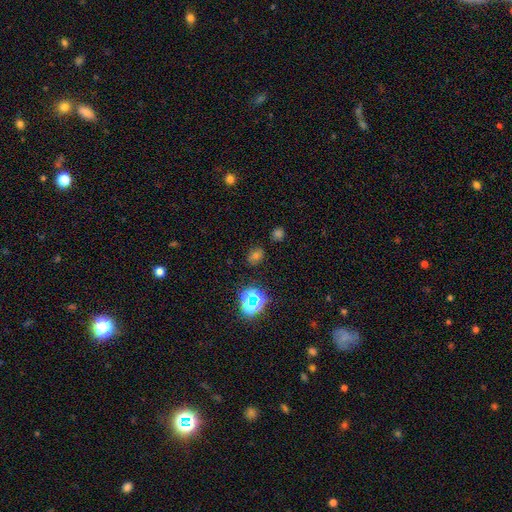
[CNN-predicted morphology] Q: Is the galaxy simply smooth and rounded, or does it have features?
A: smooth — 54%.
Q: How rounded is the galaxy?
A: round — 50%.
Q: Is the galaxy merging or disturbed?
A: none — 83%.